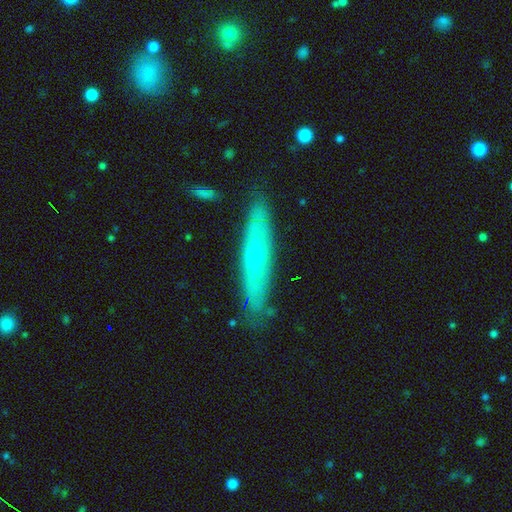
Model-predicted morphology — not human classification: Smooth or featured: featured or disk — 57% (smooth — 37%)
Edge-on disk: yes — 75% (no — 25%)
Merging: none — 83% (minor disturbance — 13%)